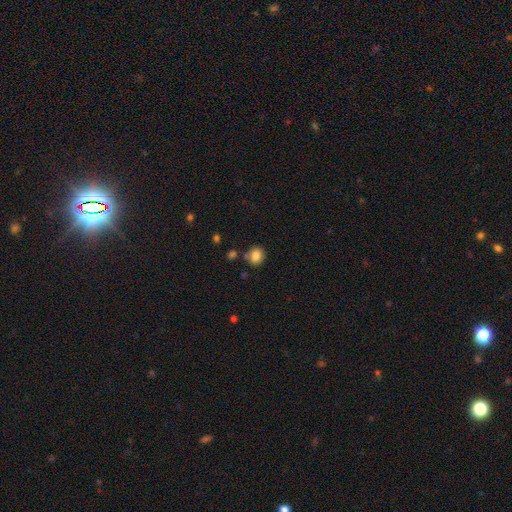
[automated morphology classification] A smooth galaxy with no disk features (83%) that is round (75%).

Vote fractions:
- Smooth or featured? smooth: 83% / star or artifact: 10% / featured or disk: 7%
- How rounded? round: 75% / in between: 24% / cigar-shaped: 1%
- Merging? none: 75% / minor disturbance: 13% / merger: 9% / major disturbance: 3%